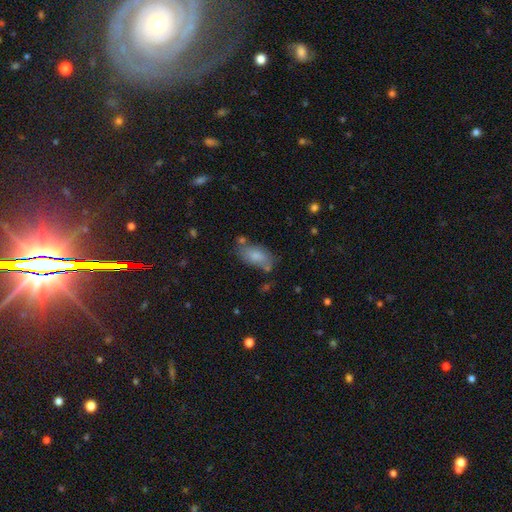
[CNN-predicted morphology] Smooth or featured? Predicted: smooth (p=0.78). How rounded? Predicted: in between (p=0.91). Merging? Predicted: none (p=0.59).